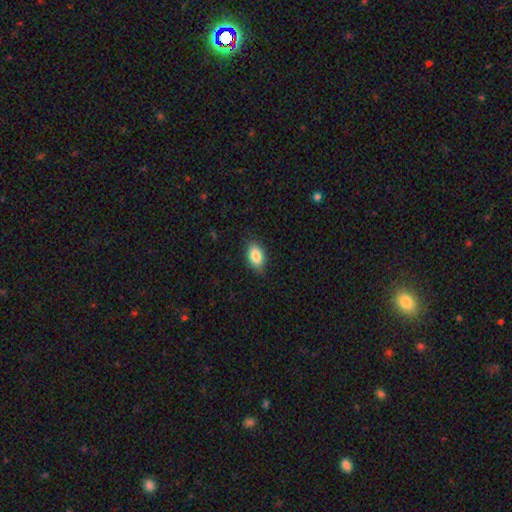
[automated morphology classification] A smooth galaxy with no disk features (86%) that is in between round and cigar-shaped (91%). Merging: none (83%).